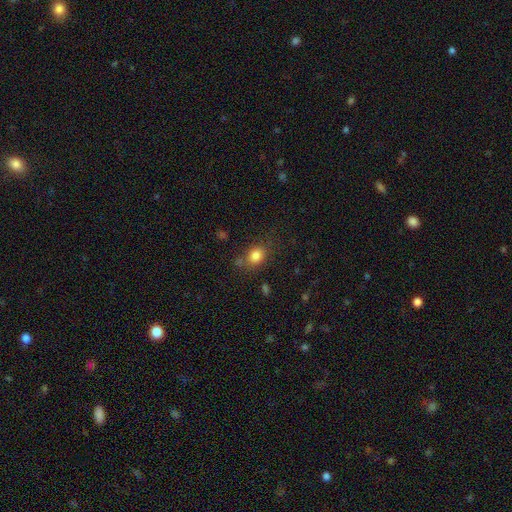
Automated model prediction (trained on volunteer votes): Smooth or featured: smooth — 82% (star or artifact — 11%)
How rounded: round — 53% (in between — 46%)
Merging: none — 70% (minor disturbance — 17%)